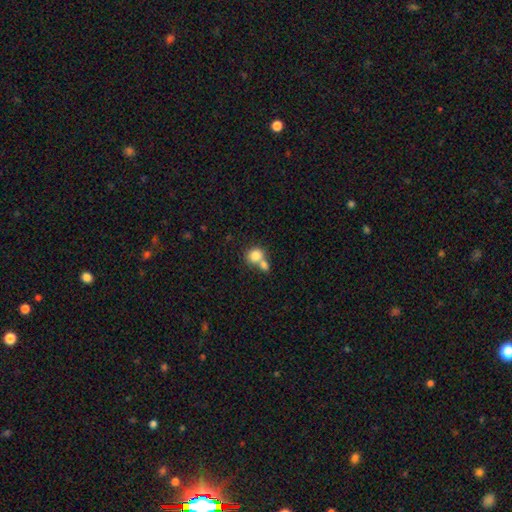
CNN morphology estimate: Overall: smooth (81%). How rounded: round (76%). Merging: merger (51%; none 38%).